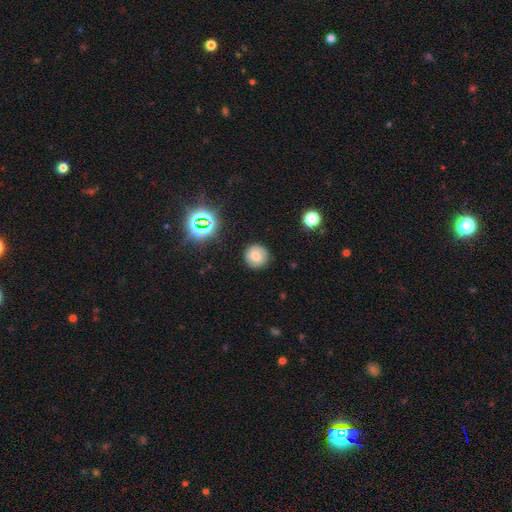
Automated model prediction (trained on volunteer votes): Smooth or featured? smooth (71%)
How rounded? round (93%)
Merging? none (87%)